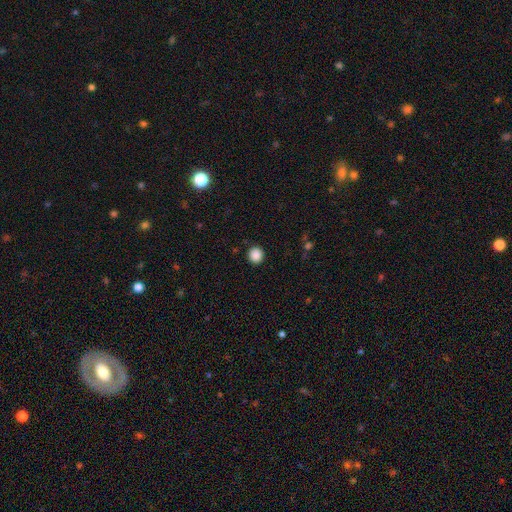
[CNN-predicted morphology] This appears to be a smooth galaxy with no disk features (88%) that is round (92%). Merging: none (92%).